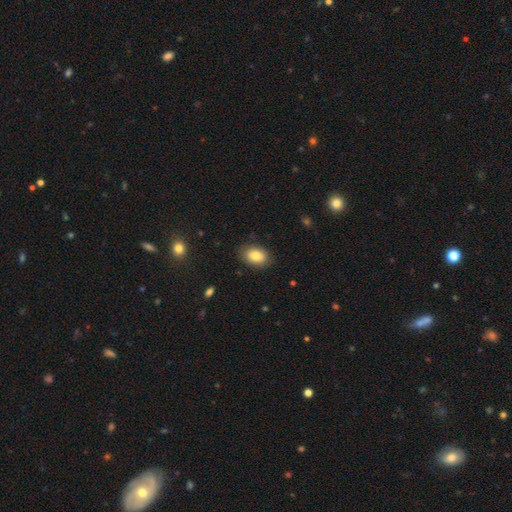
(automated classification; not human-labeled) This appears to be a smooth galaxy with no disk features (82%) that is in between round and cigar-shaped (85%). Merging: none (84%).